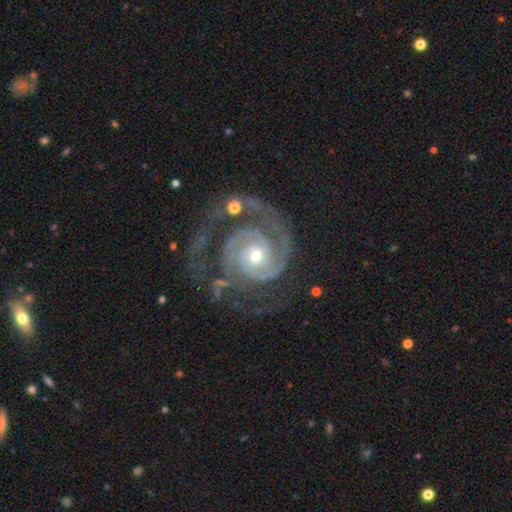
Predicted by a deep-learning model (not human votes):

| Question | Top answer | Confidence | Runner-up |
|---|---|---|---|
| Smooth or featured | featured or disk | 93% | star or artifact (4%) |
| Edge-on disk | no | 98% | yes (2%) |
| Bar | no | 72% | weak (21%) |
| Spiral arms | yes | 98% | no (2%) |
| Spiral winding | tight | 71% | medium (25%) |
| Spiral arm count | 2 | 67% | 3 (15%) |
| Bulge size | small | 51% | moderate (45%) |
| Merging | none | 60% | major disturbance (18%) |